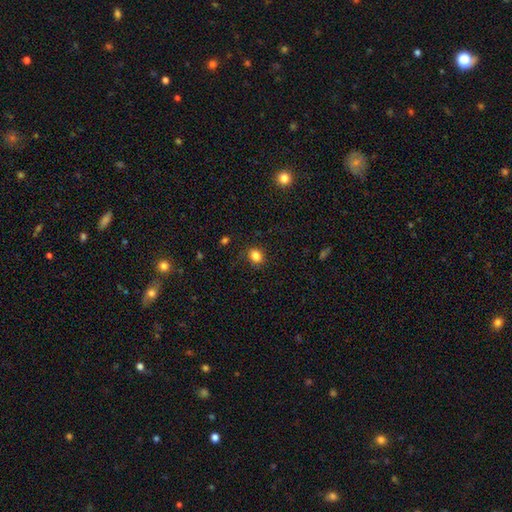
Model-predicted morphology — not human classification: Smooth or featured?
  - smooth: 84% *
  - star or artifact: 11%
  - featured or disk: 4%
How rounded?
  - round: 60% *
  - in between: 39%
  - cigar-shaped: 1%
Merging?
  - none: 85% *
  - minor disturbance: 11%
  - major disturbance: 3%
  - merger: 1%